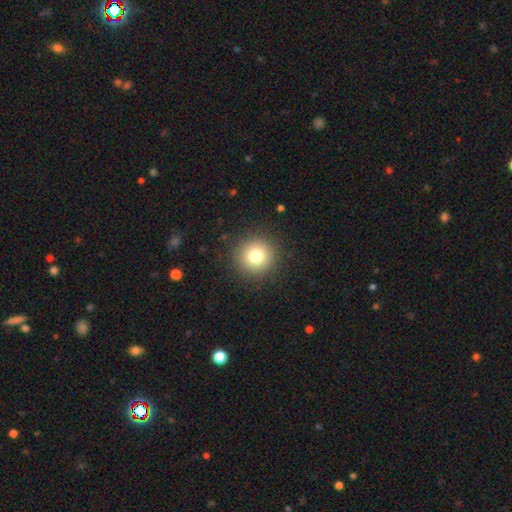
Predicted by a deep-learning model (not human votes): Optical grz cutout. It shows a smooth galaxy with no disk features (79%) that is round (95%). Merging: none (91%).